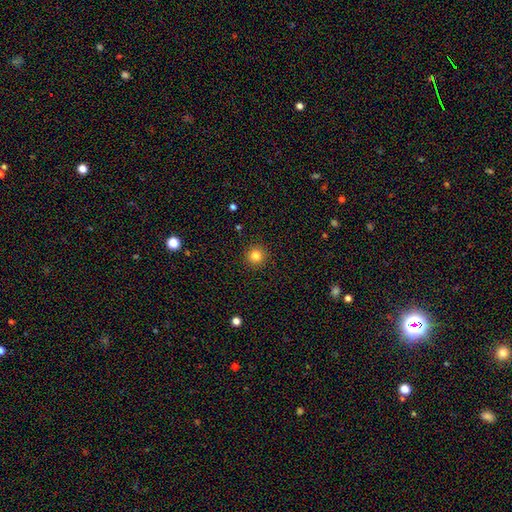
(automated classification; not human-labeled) smooth 83%, star or artifact 12%, featured or disk 5%. Down the decision tree: how rounded — round (95%); merging — none (92%).